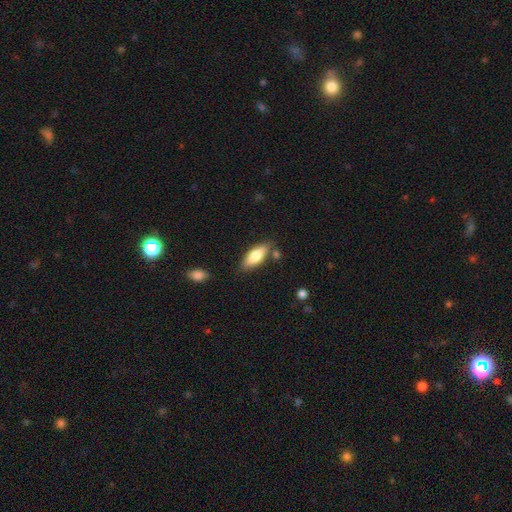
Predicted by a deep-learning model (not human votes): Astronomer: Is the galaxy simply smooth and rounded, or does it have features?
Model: smooth — 76%.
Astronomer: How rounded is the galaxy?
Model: in between — 72%.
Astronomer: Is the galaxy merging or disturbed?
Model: none — 78%.